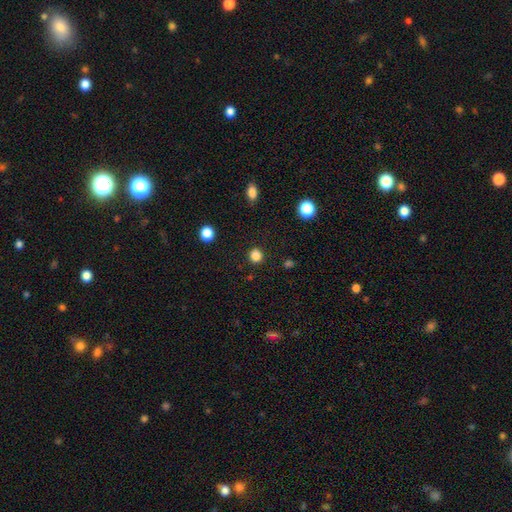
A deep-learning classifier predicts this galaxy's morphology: type=smooth (85%); roundness=round (89%); merging=none (91%).